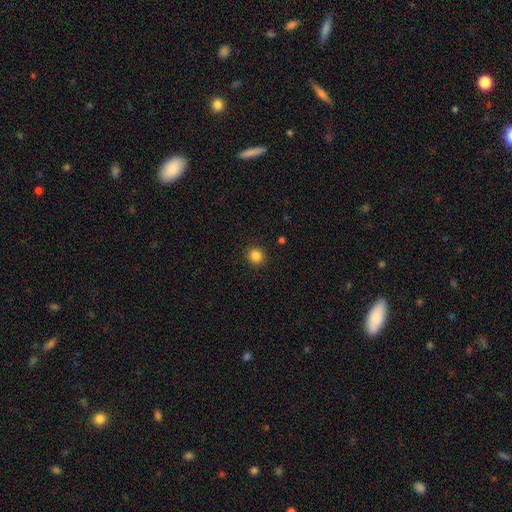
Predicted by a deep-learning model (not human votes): Overall: smooth (85%). How rounded: round (92%). Merging: none (92%).